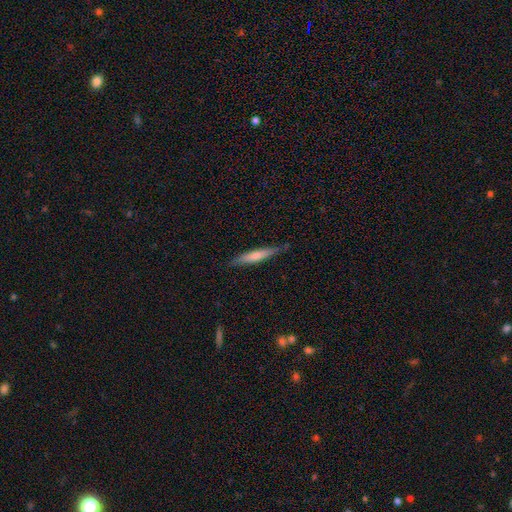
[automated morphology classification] smooth_or_featured: smooth (p=0.62) [alt: featured or disk p=0.33]
how_rounded: cigar-shaped (p=0.92) [alt: in between p=0.07]
merging: none (p=0.81) [alt: minor disturbance p=0.15]